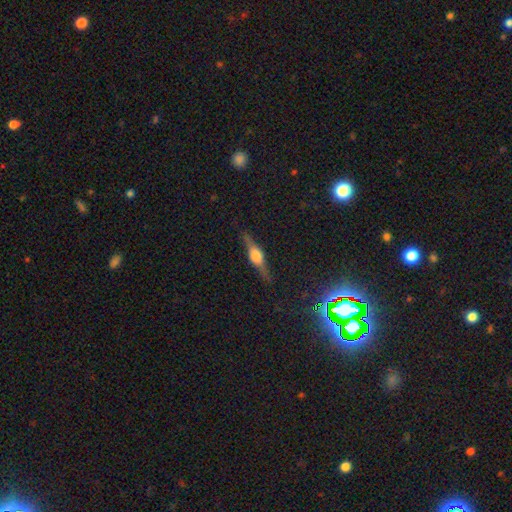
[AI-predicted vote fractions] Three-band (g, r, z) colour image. It shows a featured or disk galaxy (74%) viewed edge-on (97%) with a rounded central bulge (87%). Merging: none (87%).